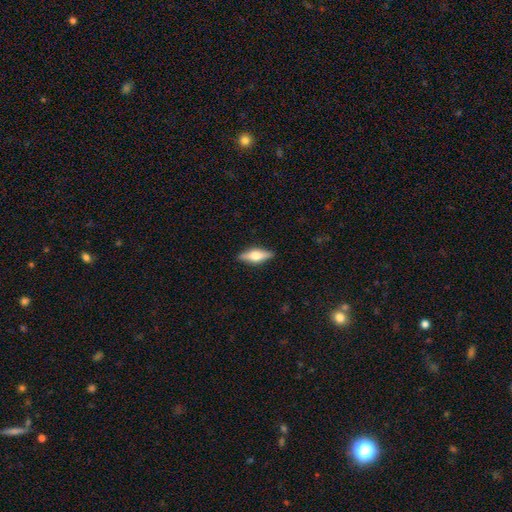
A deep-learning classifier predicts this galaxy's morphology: Smooth or featured?
  - featured or disk: 50% *
  - smooth: 44%
  - star or artifact: 6%
Merging?
  - none: 89% *
  - minor disturbance: 9%
  - major disturbance: 2%
  - merger: 1%